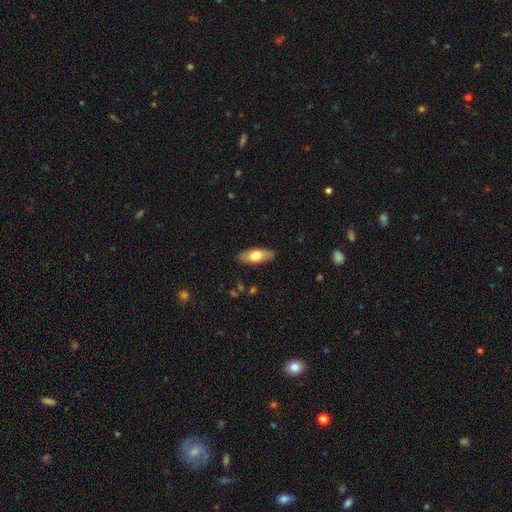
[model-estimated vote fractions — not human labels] smooth-or-featured: smooth: 69% | featured or disk: 26% | star or artifact: 6%
  how-rounded: in between: 74% | cigar-shaped: 24% | round: 3%
  merging: none: 87% | minor disturbance: 10% | major disturbance: 2% | merger: 1%